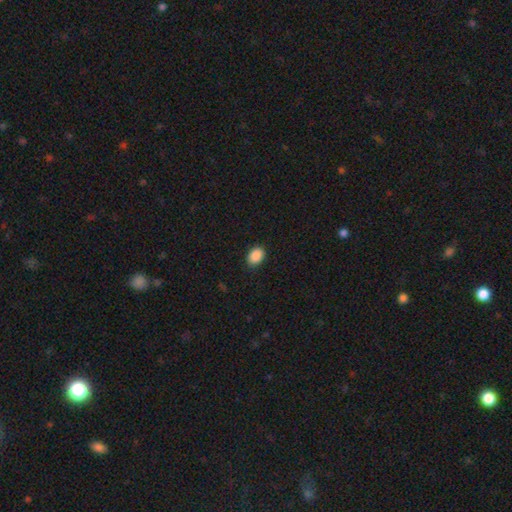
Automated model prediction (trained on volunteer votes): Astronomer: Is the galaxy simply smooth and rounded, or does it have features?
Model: smooth — 90%.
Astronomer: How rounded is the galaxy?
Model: in between — 70%.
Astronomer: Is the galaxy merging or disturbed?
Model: none — 89%.